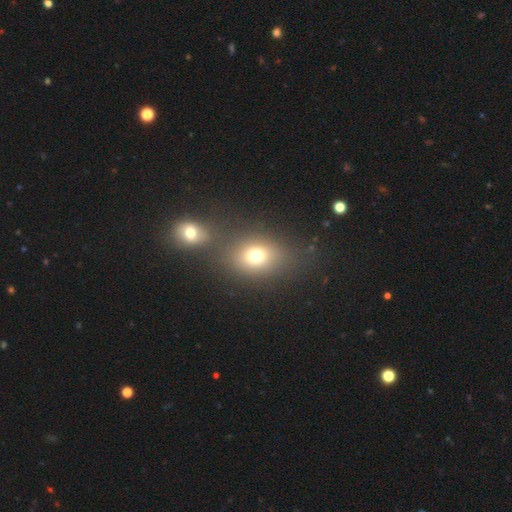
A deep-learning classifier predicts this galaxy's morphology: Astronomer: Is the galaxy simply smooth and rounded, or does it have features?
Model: smooth — 72%.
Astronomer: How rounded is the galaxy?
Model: round — 50% (runner-up: in between, 48%).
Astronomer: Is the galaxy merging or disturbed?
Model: none — 58%.